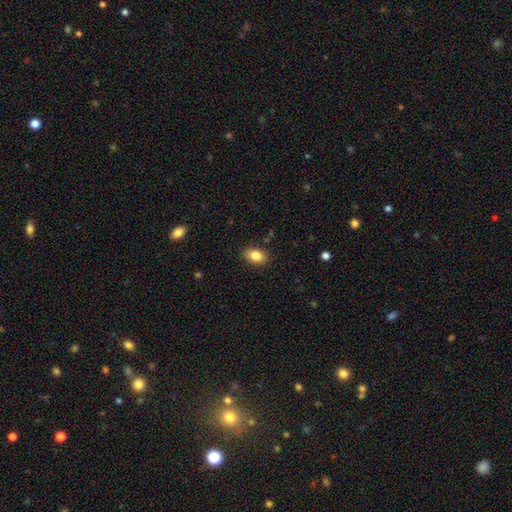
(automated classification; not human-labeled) Overall: smooth (84%). How rounded: in between (87%). Merging: none (88%).